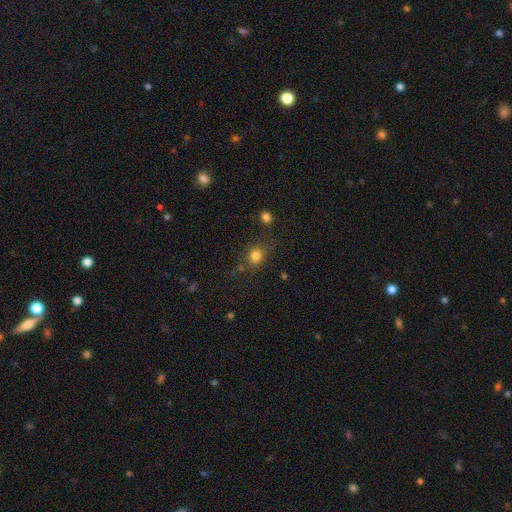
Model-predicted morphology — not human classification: Smooth or featured?
  - smooth: 80% *
  - star or artifact: 14%
  - featured or disk: 6%
How rounded?
  - round: 77% *
  - in between: 22%
  - cigar-shaped: 1%
Merging?
  - none: 76% *
  - minor disturbance: 13%
  - merger: 6%
  - major disturbance: 5%